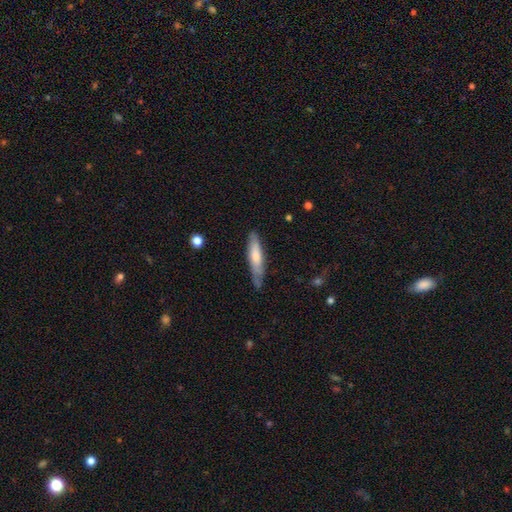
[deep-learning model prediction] Morphology: type=smooth (66%); roundness=cigar-shaped (81%); merging=none (73%).